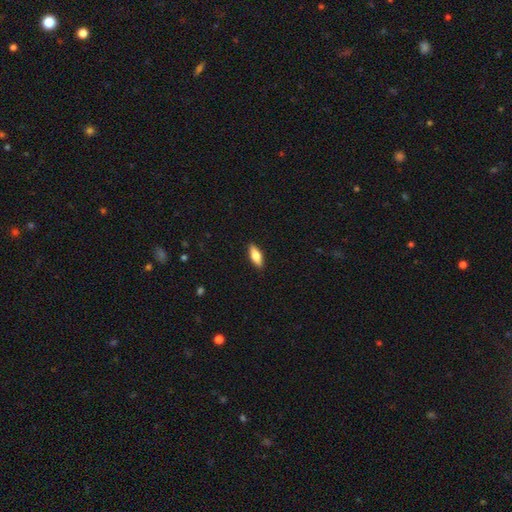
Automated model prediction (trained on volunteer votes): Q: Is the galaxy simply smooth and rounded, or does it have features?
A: smooth — 69%.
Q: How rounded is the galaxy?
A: in between — 65%.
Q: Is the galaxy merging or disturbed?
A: none — 90%.